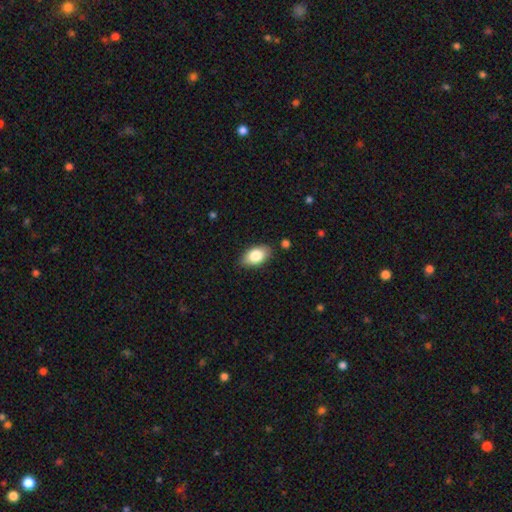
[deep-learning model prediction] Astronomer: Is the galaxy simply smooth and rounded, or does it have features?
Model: smooth — 82%.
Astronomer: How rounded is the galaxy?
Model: in between — 92%.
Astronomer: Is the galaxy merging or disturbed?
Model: none — 85%.